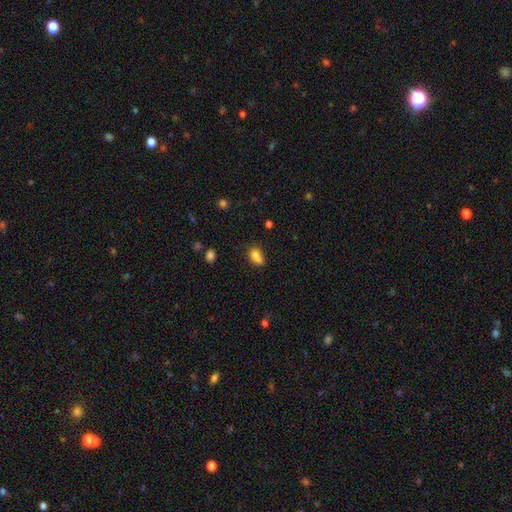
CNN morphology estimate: smooth_or_featured: smooth (p=0.76) [alt: featured or disk p=0.12]
how_rounded: in between (p=0.66) [alt: round p=0.30]
merging: none (p=0.36) [alt: merger p=0.30]